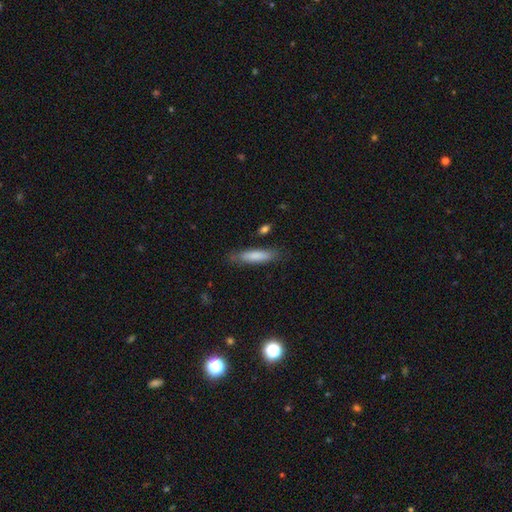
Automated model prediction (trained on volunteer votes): smooth 80%, featured or disk 15%, star or artifact 6%. Down the decision tree: how rounded — cigar-shaped (76%); merging — none (79%).